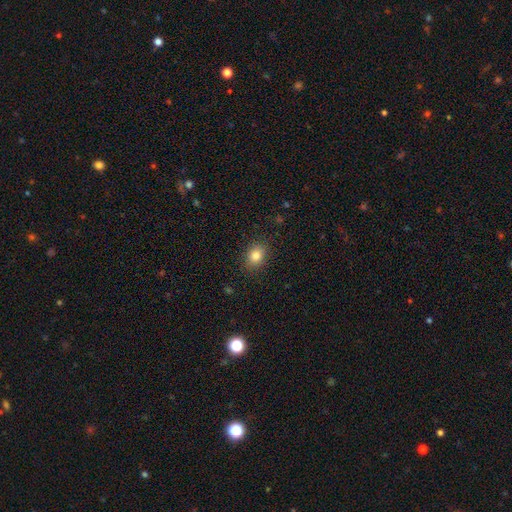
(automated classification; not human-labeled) Smooth or featured?
  - smooth: 82% *
  - star or artifact: 11%
  - featured or disk: 7%
How rounded?
  - in between: 62% *
  - round: 36%
  - cigar-shaped: 1%
Merging?
  - none: 87% *
  - minor disturbance: 9%
  - major disturbance: 3%
  - merger: 1%